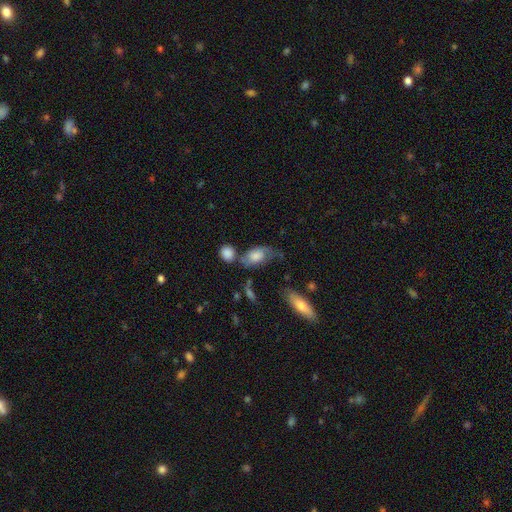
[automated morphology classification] Smooth or featured?
  - smooth: 58% *
  - featured or disk: 33%
  - star or artifact: 9%
How rounded?
  - in between: 82% *
  - round: 13%
  - cigar-shaped: 6%
Merging?
  - none: 37% *
  - minor disturbance: 26%
  - merger: 19%
  - major disturbance: 17%